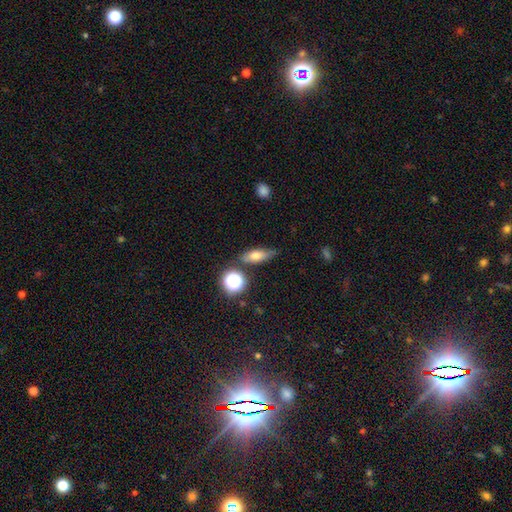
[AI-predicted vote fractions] Smooth or featured? Predicted: smooth (p=0.63). How rounded? Predicted: in between (p=0.57). Merging? Predicted: none (p=0.71).